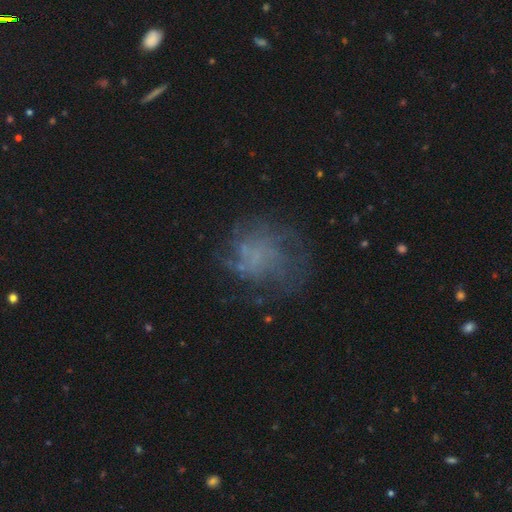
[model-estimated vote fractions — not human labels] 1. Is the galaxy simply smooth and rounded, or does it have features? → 55% featured or disk, 27% smooth, 18% star or artifact.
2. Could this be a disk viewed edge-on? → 98% no, 2% yes.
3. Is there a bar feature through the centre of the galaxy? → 85% no, 12% weak, 2% strong.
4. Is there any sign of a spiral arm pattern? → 54% no, 46% yes.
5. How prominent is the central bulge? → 72% none, 16% small, 8% moderate, 3% large, 1% dominant.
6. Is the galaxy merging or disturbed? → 58% none, 22% major disturbance, 18% minor disturbance, 2% merger.